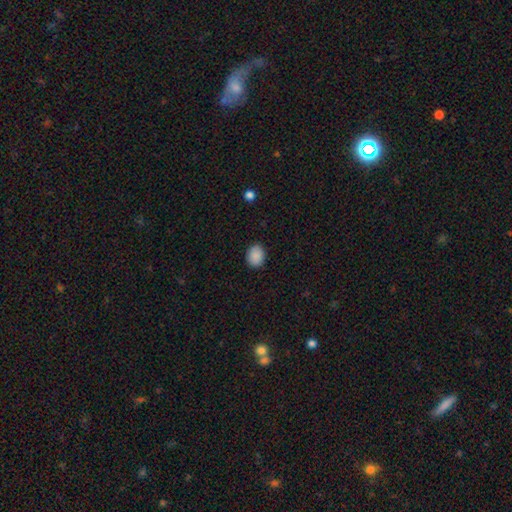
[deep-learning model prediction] Smooth or featured? Predicted: smooth (p=0.90). How rounded? Predicted: in between (p=0.56). Merging? Predicted: none (p=0.89).